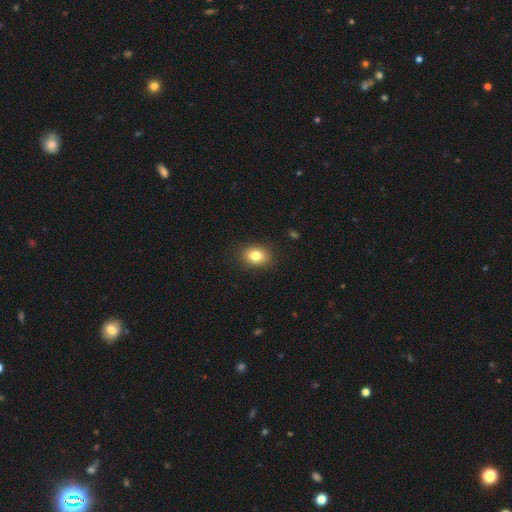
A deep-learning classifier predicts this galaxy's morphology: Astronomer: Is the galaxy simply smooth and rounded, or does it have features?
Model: smooth — 81%.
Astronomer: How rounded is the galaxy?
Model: in between — 59% (runner-up: round, 40%).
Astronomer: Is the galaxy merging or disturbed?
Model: none — 88%.